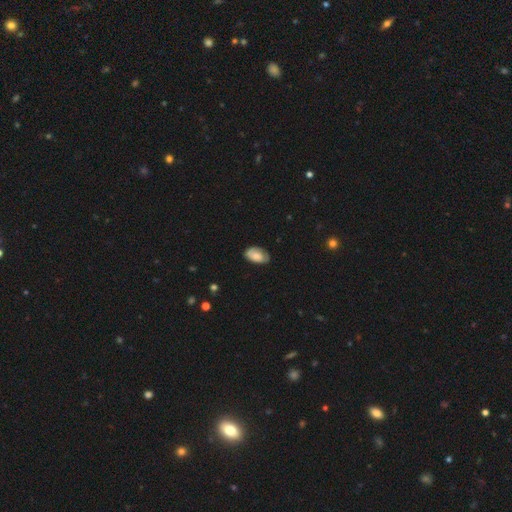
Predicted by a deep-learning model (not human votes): Smooth or featured? smooth (74%)
How rounded? in between (94%)
Merging? none (72%)